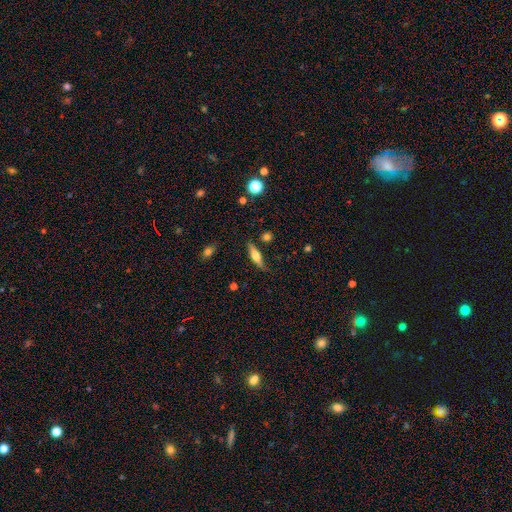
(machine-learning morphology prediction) Q: Smooth or featured?
A: smooth (47%); runner-up: featured or disk (46%)
Q: Merging?
A: none (77%); runner-up: minor disturbance (16%)